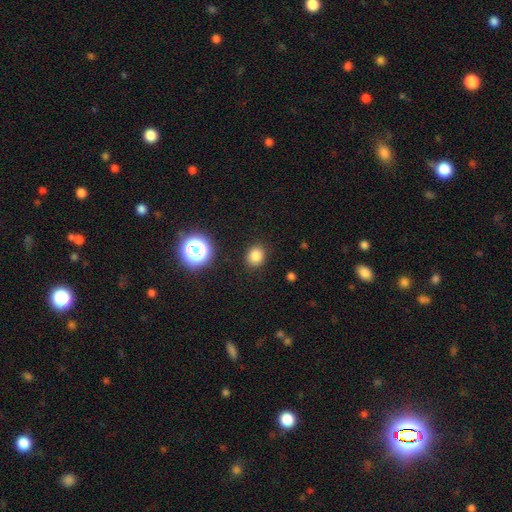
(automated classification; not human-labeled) Smooth or featured? Predicted: smooth (p=0.81). How rounded? Predicted: round (p=0.76). Merging? Predicted: none (p=0.89).